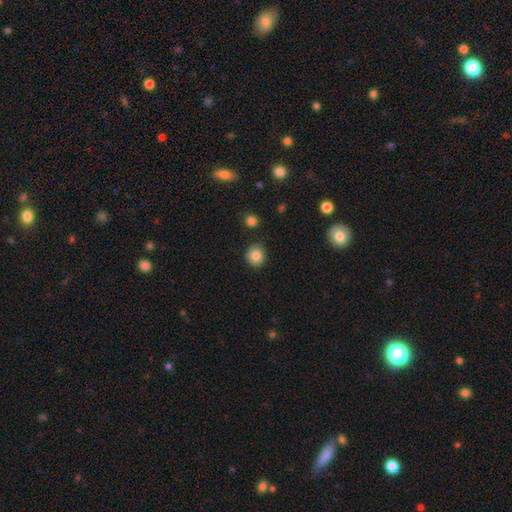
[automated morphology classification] smooth-or-featured: smooth: 85% | star or artifact: 9% | featured or disk: 6%
  how-rounded: round: 87% | in between: 12% | cigar-shaped: 1%
  merging: none: 86% | minor disturbance: 10% | merger: 2% | major disturbance: 2%